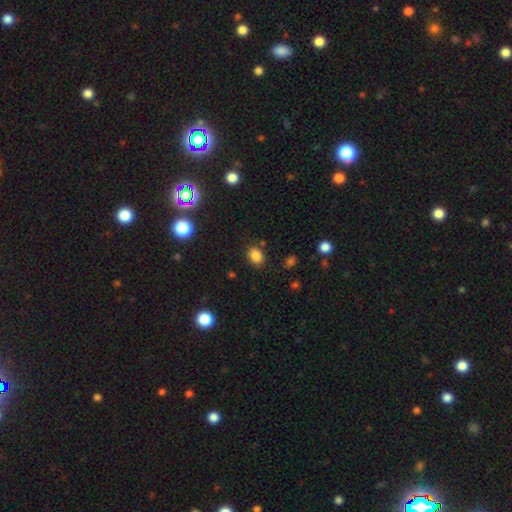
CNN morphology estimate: Smooth or featured?
  - smooth: 83% *
  - star or artifact: 12%
  - featured or disk: 5%
How rounded?
  - in between: 63% *
  - round: 36%
  - cigar-shaped: 1%
Merging?
  - none: 82% *
  - minor disturbance: 12%
  - major disturbance: 3%
  - merger: 3%